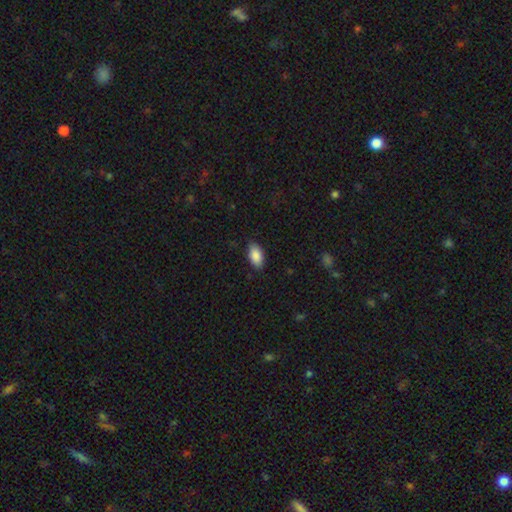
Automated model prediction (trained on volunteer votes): This is clearly a smooth galaxy (88%). How rounded: clearly in between (94%). Merging: clearly none (86%).